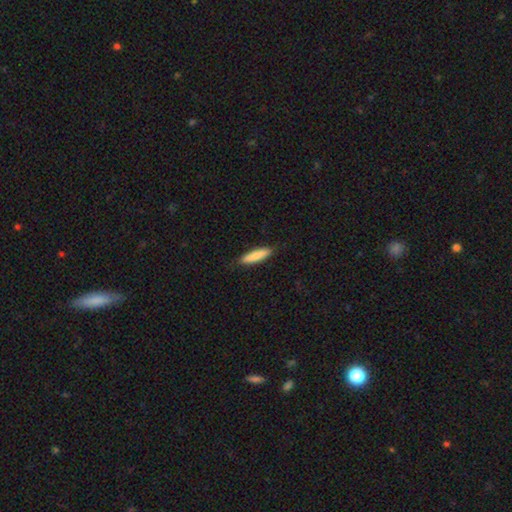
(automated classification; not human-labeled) Morphology: type=smooth (84%); roundness=cigar-shaped (77%); merging=none (87%).